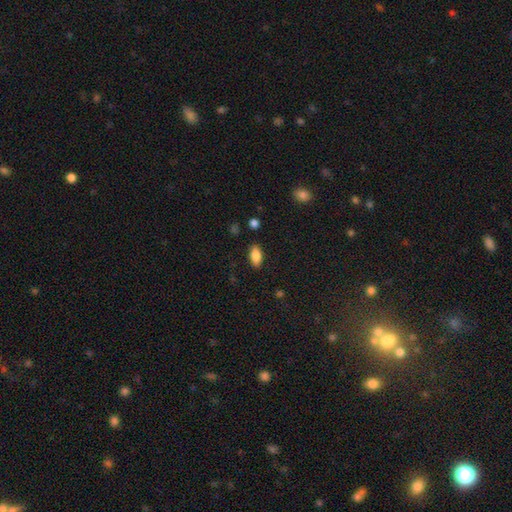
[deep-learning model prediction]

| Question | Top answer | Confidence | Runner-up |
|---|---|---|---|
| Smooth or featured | smooth | 85% | star or artifact (8%) |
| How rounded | in between | 90% | cigar-shaped (7%) |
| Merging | none | 86% | minor disturbance (10%) |